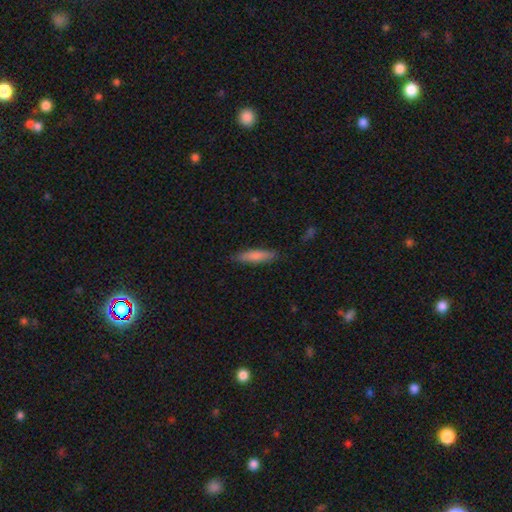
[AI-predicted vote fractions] Smooth or featured?
  - smooth: 77% *
  - featured or disk: 18%
  - star or artifact: 6%
How rounded?
  - cigar-shaped: 78% *
  - in between: 21%
  - round: 2%
Merging?
  - none: 85% *
  - minor disturbance: 11%
  - major disturbance: 2%
  - merger: 1%